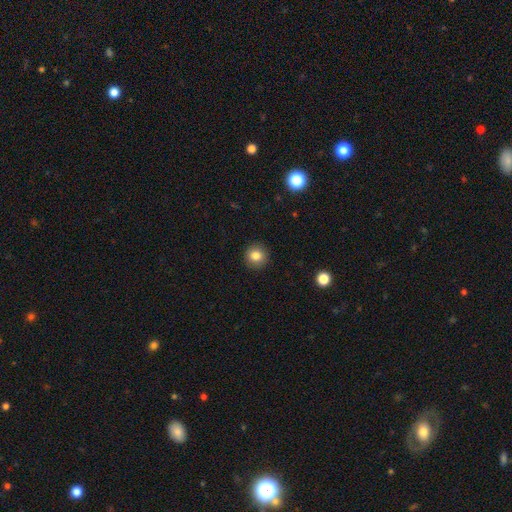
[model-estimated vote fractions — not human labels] Smooth or featured?
  - smooth: 84% *
  - star or artifact: 10%
  - featured or disk: 6%
How rounded?
  - round: 94% *
  - in between: 5%
  - cigar-shaped: 1%
Merging?
  - none: 92% *
  - minor disturbance: 6%
  - major disturbance: 2%
  - merger: 1%